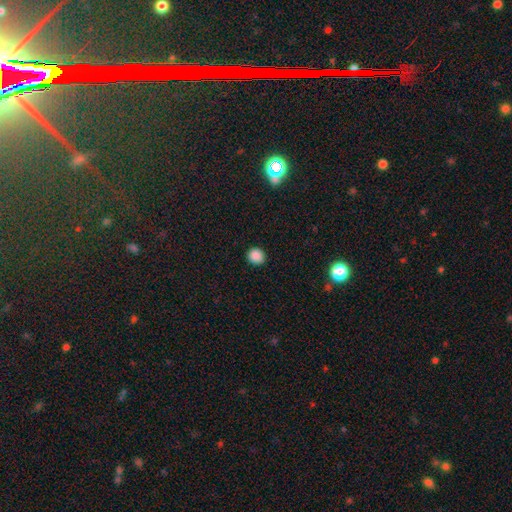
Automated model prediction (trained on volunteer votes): Smooth or featured? Predicted: smooth (p=0.87). How rounded? Predicted: round (p=0.91). Merging? Predicted: none (p=0.92).